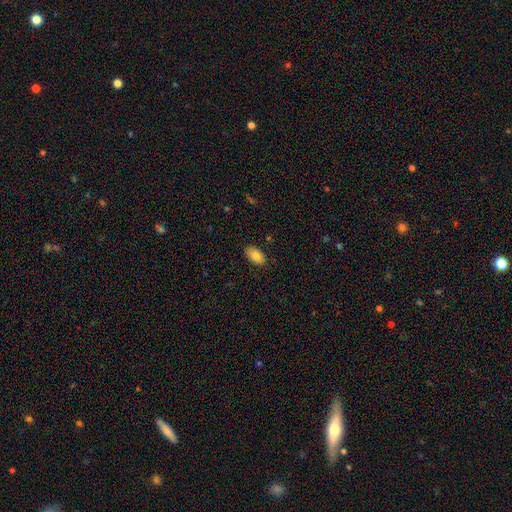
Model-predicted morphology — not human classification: Smooth or featured?
  - smooth: 84% *
  - featured or disk: 9%
  - star or artifact: 7%
How rounded?
  - in between: 94% *
  - round: 4%
  - cigar-shaped: 2%
Merging?
  - none: 88% *
  - minor disturbance: 9%
  - major disturbance: 2%
  - merger: 1%